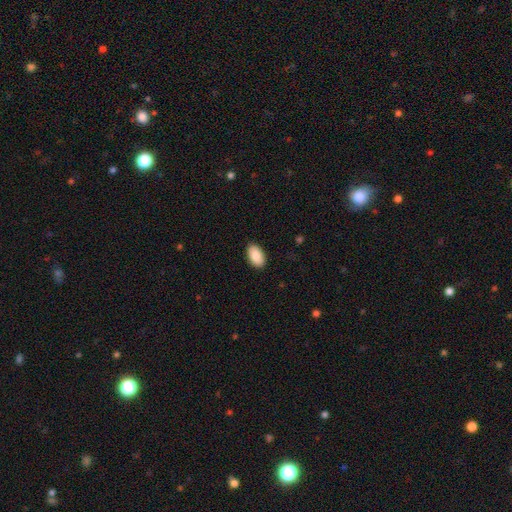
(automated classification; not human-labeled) This is clearly a smooth galaxy (88%). How rounded: clearly in between (95%). Merging: clearly none (90%).